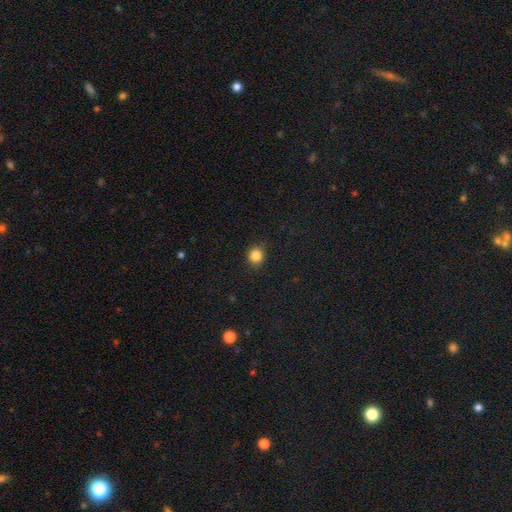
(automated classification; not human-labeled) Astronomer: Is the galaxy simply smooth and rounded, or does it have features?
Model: smooth — 84%.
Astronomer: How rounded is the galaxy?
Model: round — 85%.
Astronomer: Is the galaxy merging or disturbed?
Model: none — 89%.